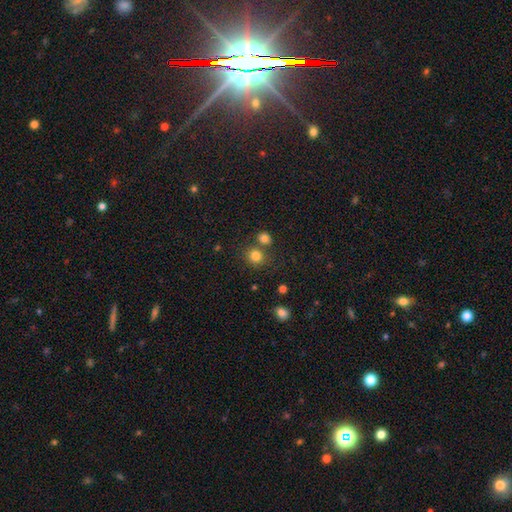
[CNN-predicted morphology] Q: Smooth or featured?
A: smooth (81%); runner-up: star or artifact (14%)
Q: How rounded?
A: round (83%); runner-up: in between (16%)
Q: Merging?
A: none (67%); runner-up: merger (21%)